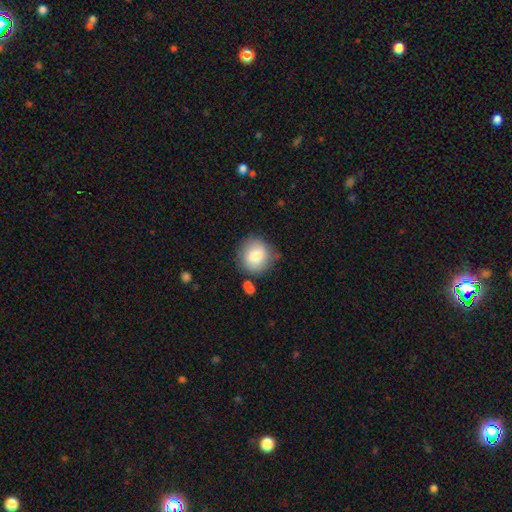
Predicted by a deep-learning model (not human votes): A smooth galaxy with no disk features (79%) that is round (86%).

Vote fractions:
- Smooth or featured? smooth: 79% / featured or disk: 14% / star or artifact: 8%
- How rounded? round: 86% / in between: 13% / cigar-shaped: 1%
- Merging? none: 73% / minor disturbance: 17% / merger: 5% / major disturbance: 5%